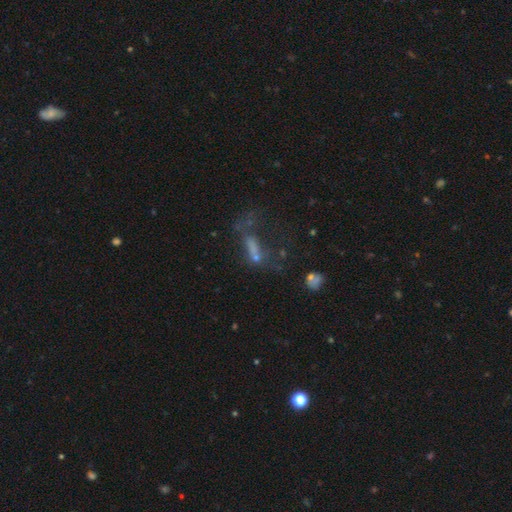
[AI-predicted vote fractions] Q: Smooth or featured?
A: smooth (36%); runner-up: featured or disk (35%)
Q: Merging?
A: major disturbance (40%); runner-up: none (32%)